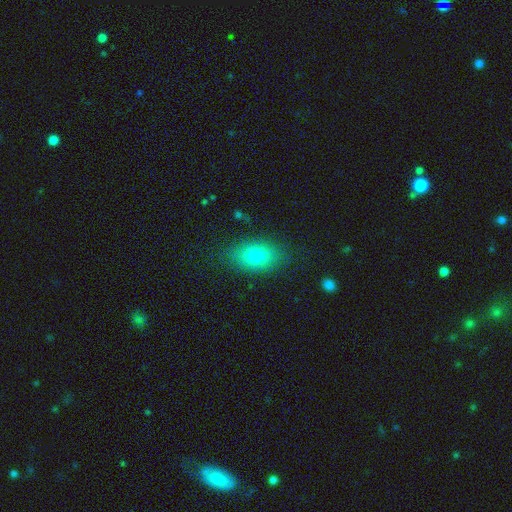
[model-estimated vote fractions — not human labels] Q: Smooth or featured?
A: smooth (76%); runner-up: featured or disk (13%)
Q: How rounded?
A: in between (84%); runner-up: round (14%)
Q: Merging?
A: none (83%); runner-up: minor disturbance (11%)